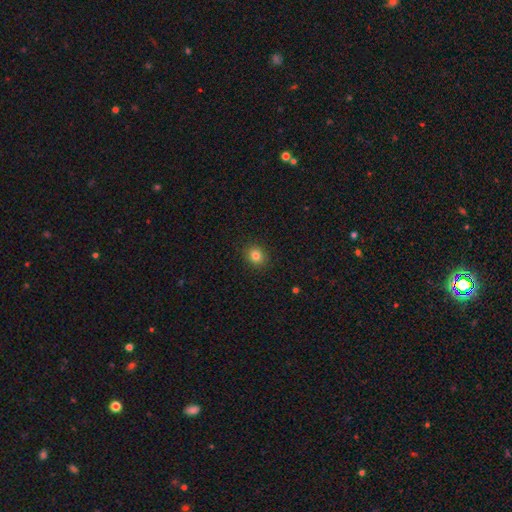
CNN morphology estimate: Smooth or featured? smooth (83%)
How rounded? round (74%)
Merging? none (90%)